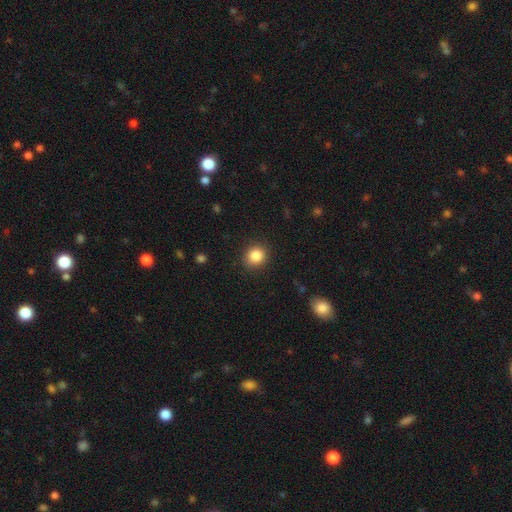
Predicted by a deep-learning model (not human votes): Q: Smooth or featured?
A: smooth (86%); runner-up: star or artifact (10%)
Q: How rounded?
A: round (82%); runner-up: in between (18%)
Q: Merging?
A: none (88%); runner-up: minor disturbance (9%)